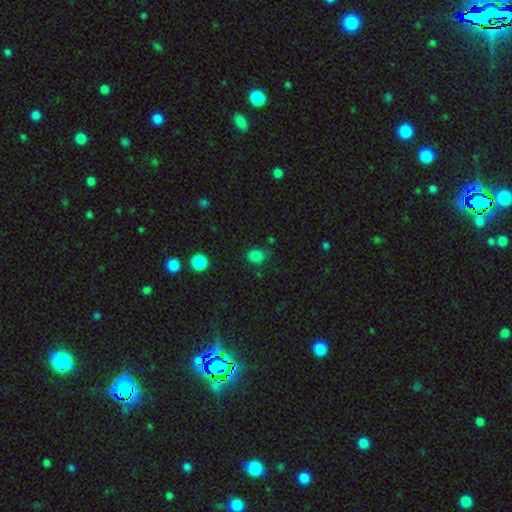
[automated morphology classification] This is clearly a smooth galaxy (81%). How rounded: possibly round (56%). Merging: likely none (73%).